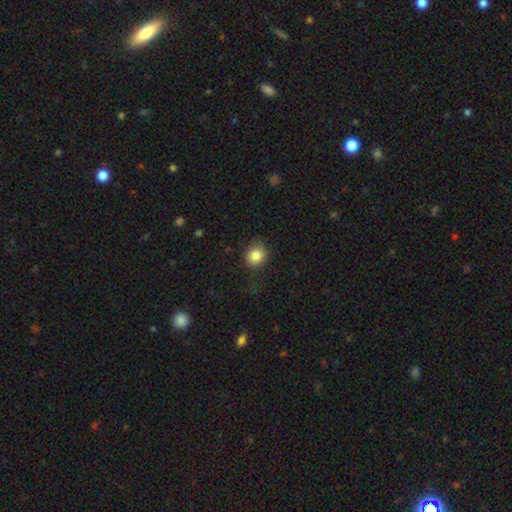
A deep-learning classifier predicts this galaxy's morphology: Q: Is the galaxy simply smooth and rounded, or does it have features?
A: smooth — 84%.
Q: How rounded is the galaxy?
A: round — 74%.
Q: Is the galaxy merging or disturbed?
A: none — 79%.